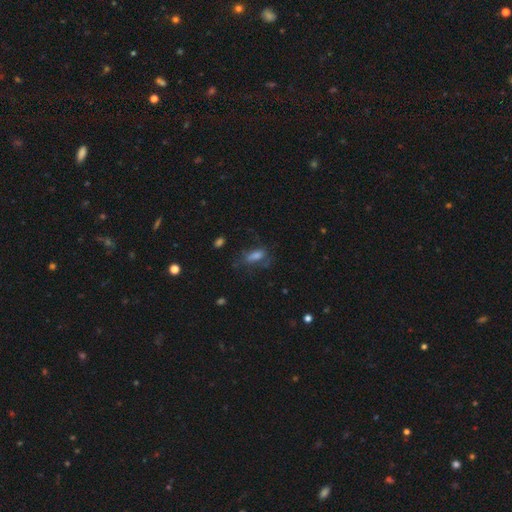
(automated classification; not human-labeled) This is possibly a smooth galaxy (49%). Merging: possibly none (53%).